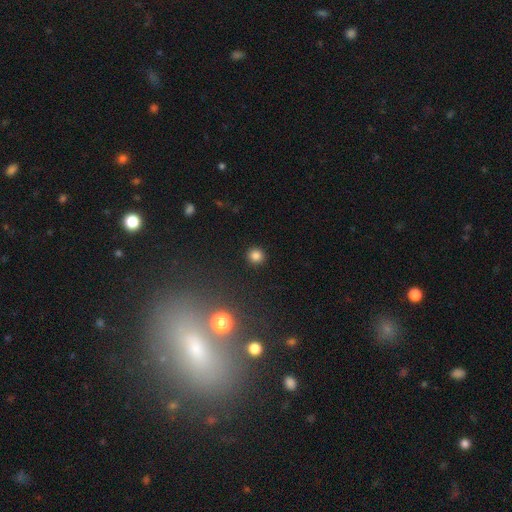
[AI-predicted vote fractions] smooth_or_featured: smooth (p=0.81) [alt: star or artifact p=0.15]
how_rounded: round (p=0.93) [alt: in between p=0.06]
merging: none (p=0.92) [alt: minor disturbance p=0.05]